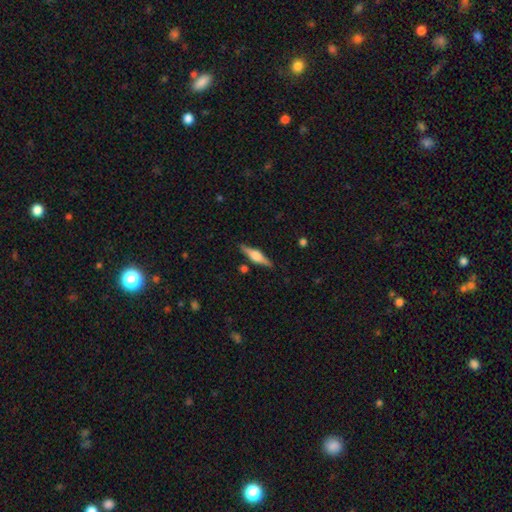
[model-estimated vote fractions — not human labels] The model was most divided on "smooth or featured": featured or disk: 63%, smooth: 31%, star or artifact: 6%. More confident: edge-on disk — yes (96%); merging — none (86%); edge-on bulge — rounded (81%).